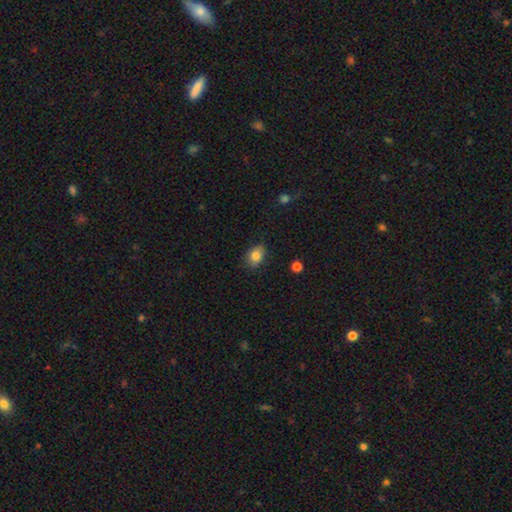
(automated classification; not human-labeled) smooth 82%, star or artifact 9%, featured or disk 9%. Down the decision tree: how rounded — in between (71%); merging — none (80%).